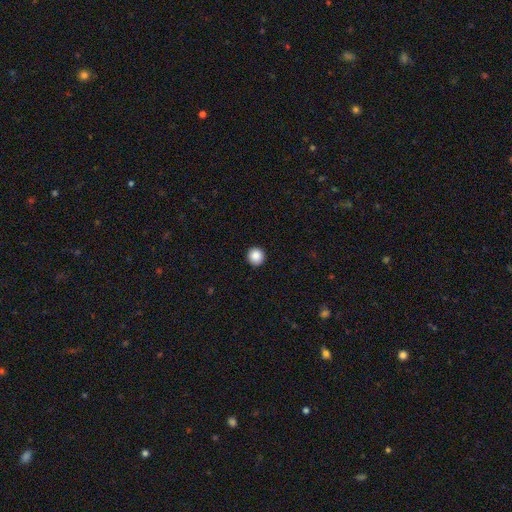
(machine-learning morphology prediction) The model was most divided on "smooth or featured": smooth: 88%, star or artifact: 9%, featured or disk: 3%. More confident: how rounded — round (94%); merging — none (93%).